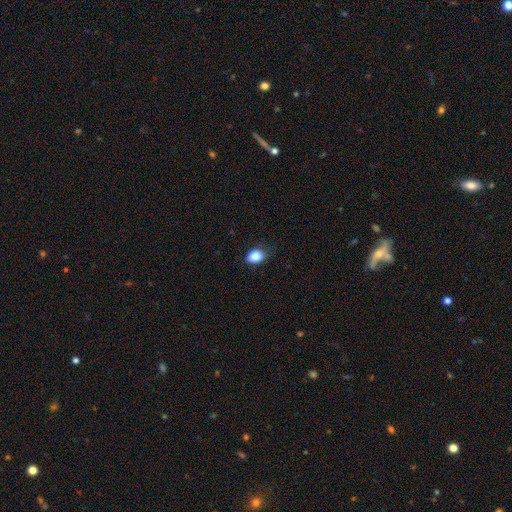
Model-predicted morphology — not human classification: Smooth or featured? smooth (86%)
How rounded? in between (71%)
Merging? none (71%)